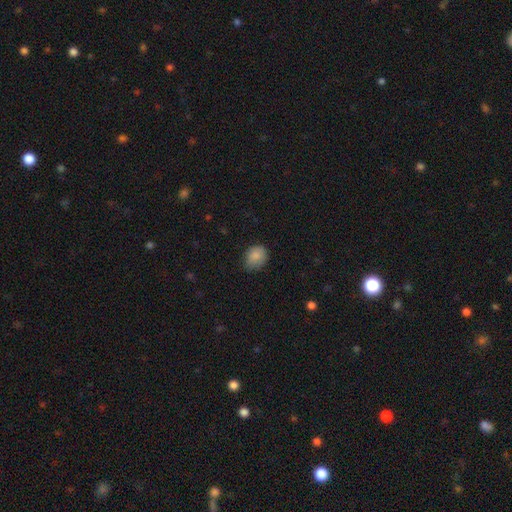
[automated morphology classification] Smooth or featured? smooth (86%)
How rounded? round (54%)
Merging? none (67%)